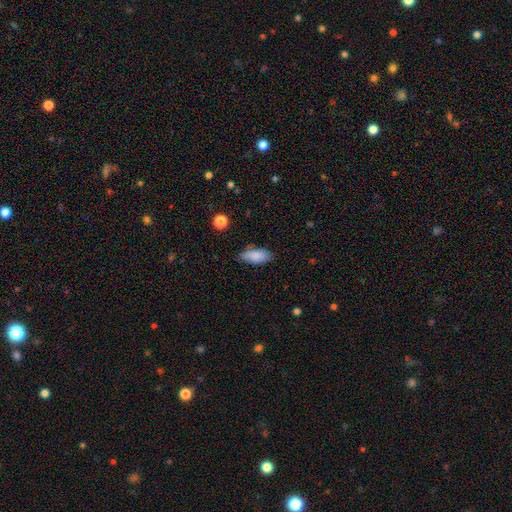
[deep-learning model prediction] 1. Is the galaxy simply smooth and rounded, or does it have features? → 84% smooth, 8% featured or disk, 7% star or artifact.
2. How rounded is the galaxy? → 85% in between, 12% cigar-shaped, 2% round.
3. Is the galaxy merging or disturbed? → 72% none, 21% minor disturbance, 4% major disturbance, 2% merger.